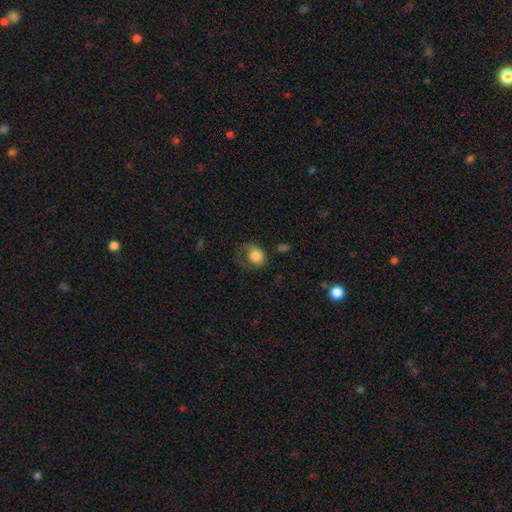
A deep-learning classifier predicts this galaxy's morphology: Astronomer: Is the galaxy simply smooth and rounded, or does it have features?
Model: smooth — 81%.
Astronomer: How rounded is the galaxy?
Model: round — 59% (runner-up: in between, 40%).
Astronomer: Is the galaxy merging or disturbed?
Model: none — 36% (runner-up: major disturbance, 32%).